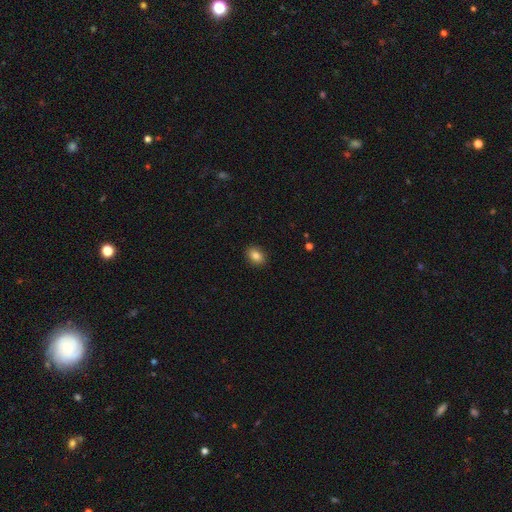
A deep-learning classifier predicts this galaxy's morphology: smooth_or_featured: smooth (p=0.85) [alt: star or artifact p=0.09]
how_rounded: in between (p=0.74) [alt: round p=0.25]
merging: none (p=0.90) [alt: minor disturbance p=0.07]